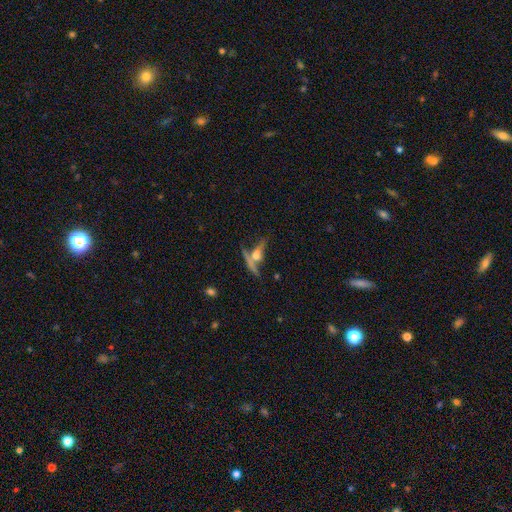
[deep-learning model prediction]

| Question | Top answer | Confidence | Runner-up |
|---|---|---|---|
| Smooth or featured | featured or disk | 46% | smooth (42%) |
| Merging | none | 44% | merger (33%) |